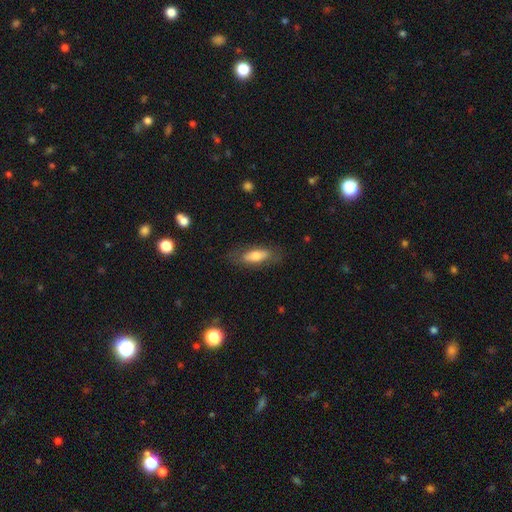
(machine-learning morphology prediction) Overall: smooth (67%; featured or disk 27%). How rounded: in between (70%). Merging: none (76%).